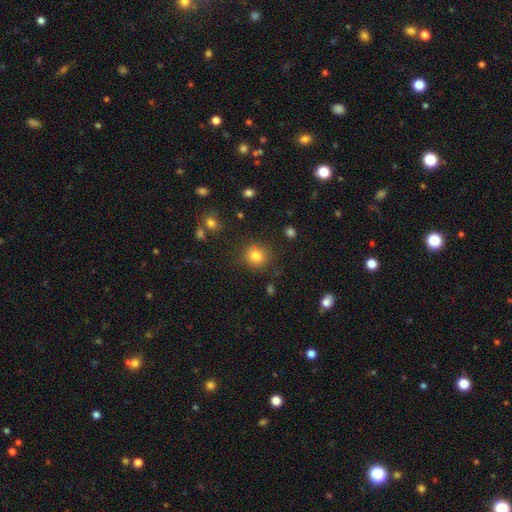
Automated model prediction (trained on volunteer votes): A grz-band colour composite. It shows a smooth galaxy with no disk features (81%) that is round (89%). Merging: none (85%).